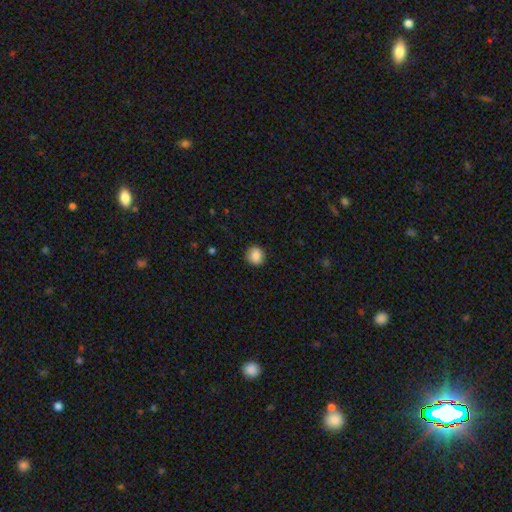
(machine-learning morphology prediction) Smooth or featured: smooth — 87% (star or artifact — 9%)
How rounded: round — 85% (in between — 14%)
Merging: none — 88% (minor disturbance — 9%)